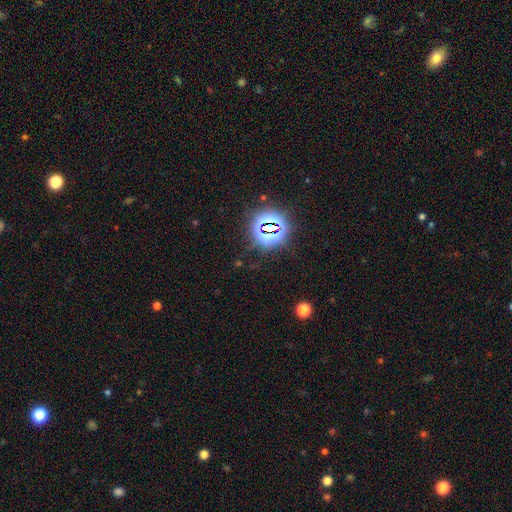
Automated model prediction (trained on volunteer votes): Smooth or featured? Predicted: star or artifact (p=0.81).